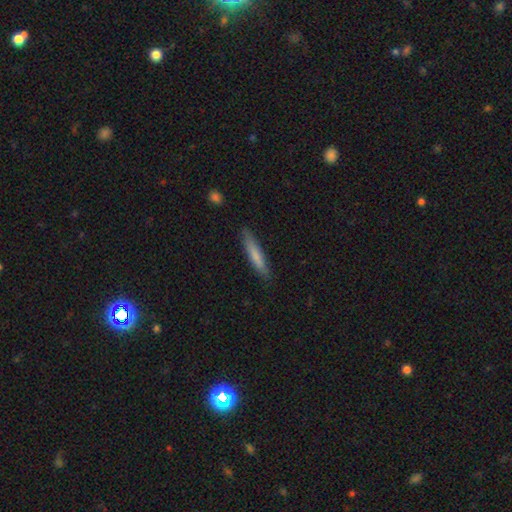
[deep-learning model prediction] Smooth or featured: smooth — 75% (featured or disk — 20%)
How rounded: cigar-shaped — 90% (in between — 9%)
Merging: none — 86% (minor disturbance — 11%)